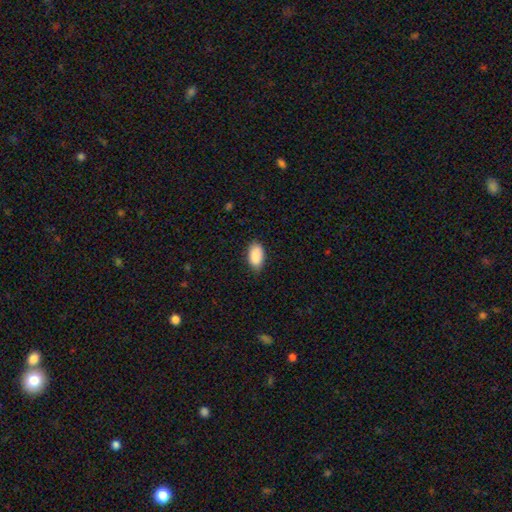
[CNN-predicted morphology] This appears to be a smooth galaxy with no disk features (90%) that is in between round and cigar-shaped (94%). Merging: none (79%).